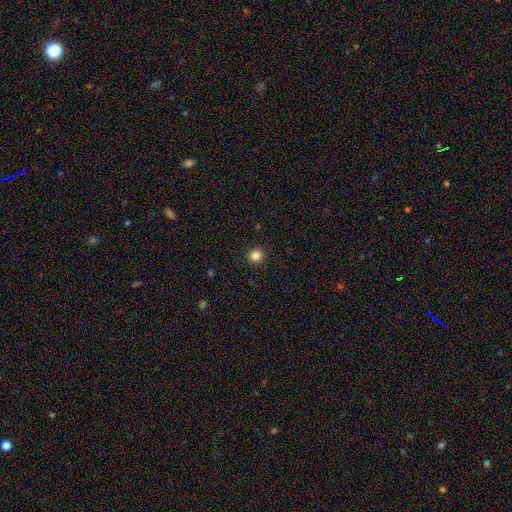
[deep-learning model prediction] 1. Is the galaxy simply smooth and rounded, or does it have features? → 84% smooth, 12% star or artifact, 4% featured or disk.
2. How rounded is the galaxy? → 93% round, 6% in between, 1% cigar-shaped.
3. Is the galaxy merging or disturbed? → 93% none, 5% minor disturbance, 2% major disturbance, 1% merger.